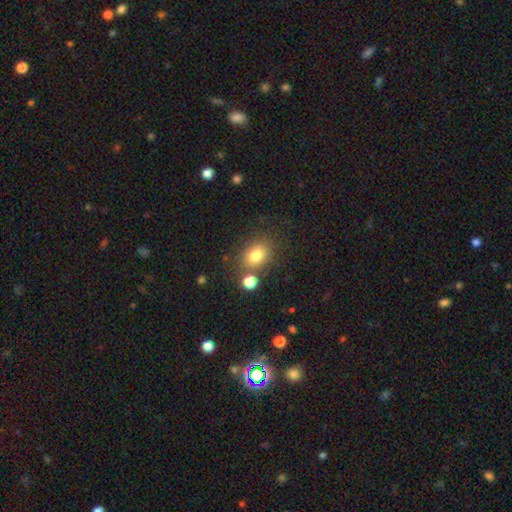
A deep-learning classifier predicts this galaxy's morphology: Smooth or featured: smooth — 79% (star or artifact — 12%)
How rounded: in between — 56% (round — 43%)
Merging: none — 68% (minor disturbance — 13%)